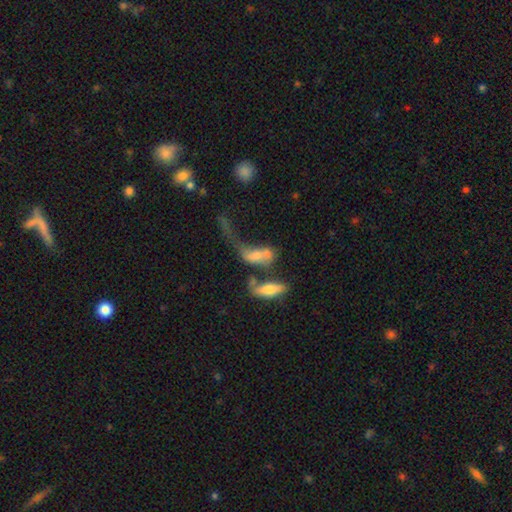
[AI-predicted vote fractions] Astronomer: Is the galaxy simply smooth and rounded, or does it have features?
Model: smooth — 51% (runner-up: featured or disk, 36%).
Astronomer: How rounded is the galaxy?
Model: in between — 74%.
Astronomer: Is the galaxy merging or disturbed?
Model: merger — 57%.